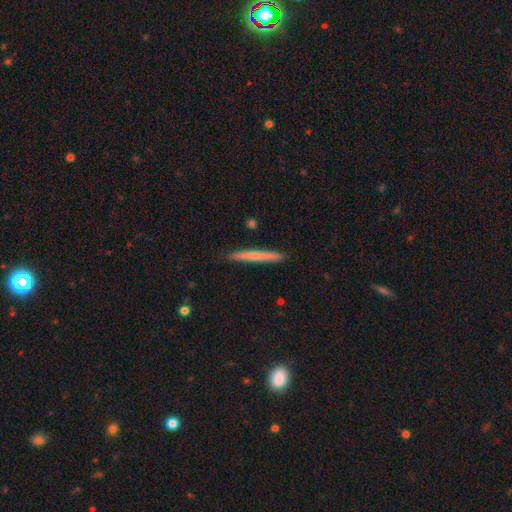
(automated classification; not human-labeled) Q: Smooth or featured?
A: smooth (63%); runner-up: featured or disk (31%)
Q: How rounded?
A: cigar-shaped (97%); runner-up: in between (2%)
Q: Merging?
A: none (91%); runner-up: minor disturbance (6%)